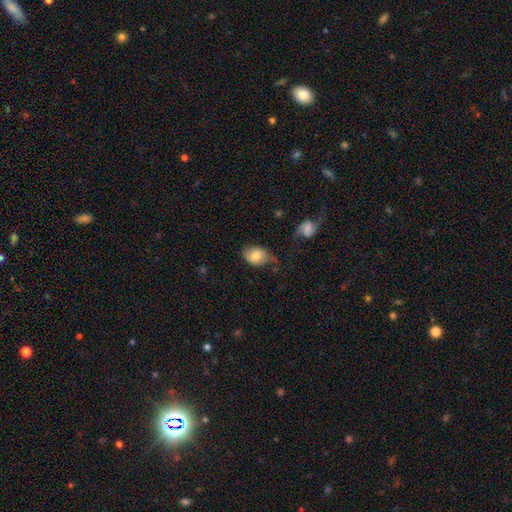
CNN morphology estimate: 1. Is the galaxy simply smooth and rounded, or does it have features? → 73% smooth, 19% featured or disk, 7% star or artifact.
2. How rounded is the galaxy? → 74% in between, 24% round, 1% cigar-shaped.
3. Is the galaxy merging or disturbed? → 46% none, 34% minor disturbance, 15% major disturbance, 4% merger.